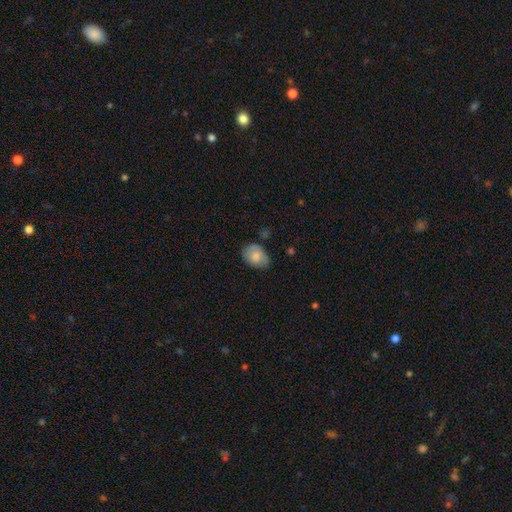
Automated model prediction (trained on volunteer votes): Overall: smooth (76%). How rounded: in between (75%). Merging: none (61%; minor disturbance 31%).